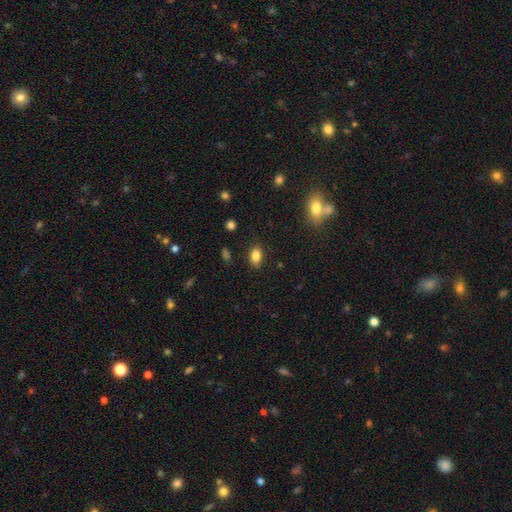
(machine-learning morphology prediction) Smooth or featured?
  - smooth: 83% *
  - star or artifact: 10%
  - featured or disk: 7%
How rounded?
  - in between: 85% *
  - round: 13%
  - cigar-shaped: 2%
Merging?
  - none: 86% *
  - minor disturbance: 10%
  - major disturbance: 3%
  - merger: 1%